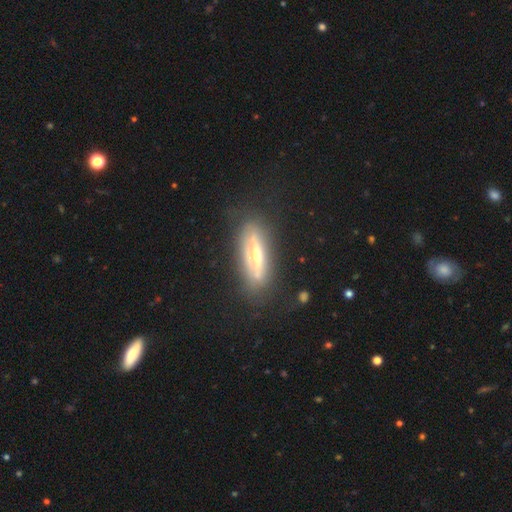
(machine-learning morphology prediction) Smooth or featured: featured or disk — 67% (smooth — 26%)
Edge-on disk: yes — 74% (no — 26%)
Merging: none — 75% (minor disturbance — 17%)